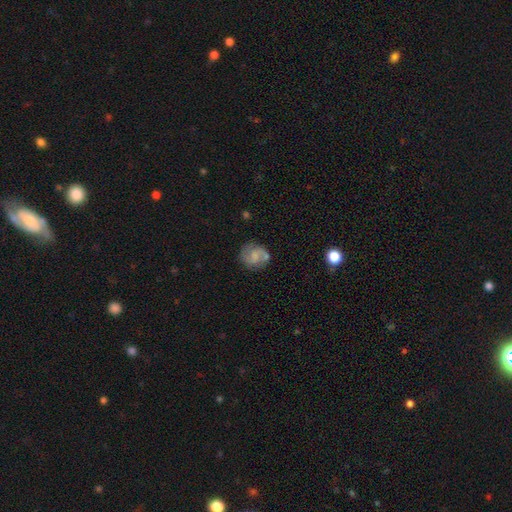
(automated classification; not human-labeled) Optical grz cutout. It shows a featured or disk galaxy (54%) with no bar (49%), spiral arms (87%) and no central bulge (35%). Merging: none (67%).